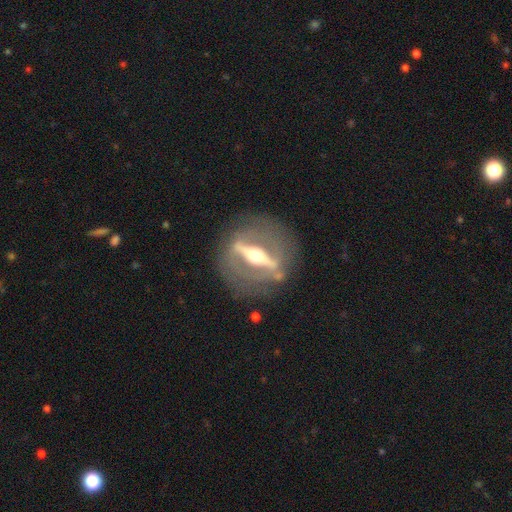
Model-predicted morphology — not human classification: Smooth or featured: featured or disk — 85% (smooth — 9%)
Edge-on disk: yes — 53% (no — 47%)
Merging: none — 77% (minor disturbance — 11%)